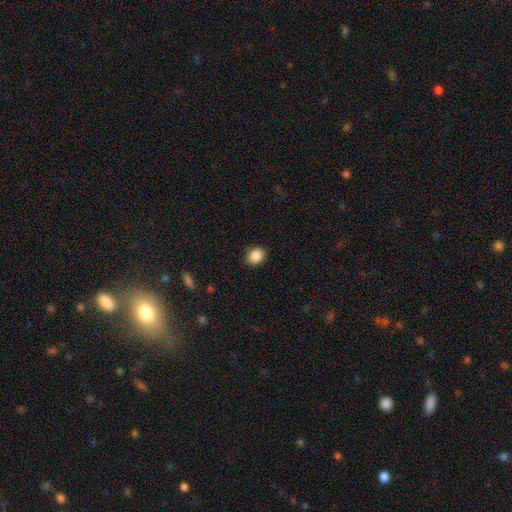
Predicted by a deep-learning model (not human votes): The model was most divided on "how rounded": round: 54%, in between: 45%, cigar-shaped: 1%. More confident: smooth or featured — smooth (88%); merging — none (85%).